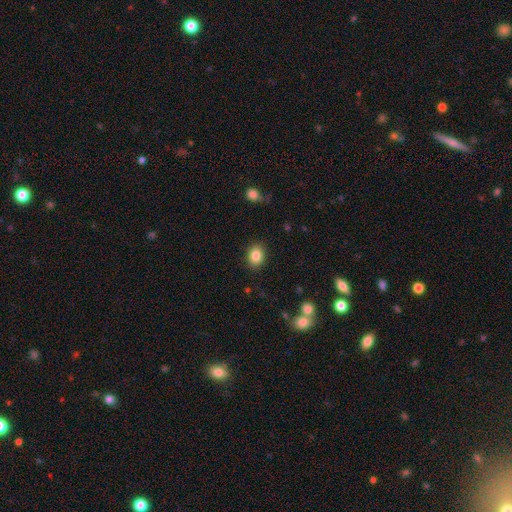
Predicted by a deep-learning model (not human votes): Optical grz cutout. It shows a smooth galaxy with no disk features (85%) that is in between round and cigar-shaped (58%). Merging: none (87%).